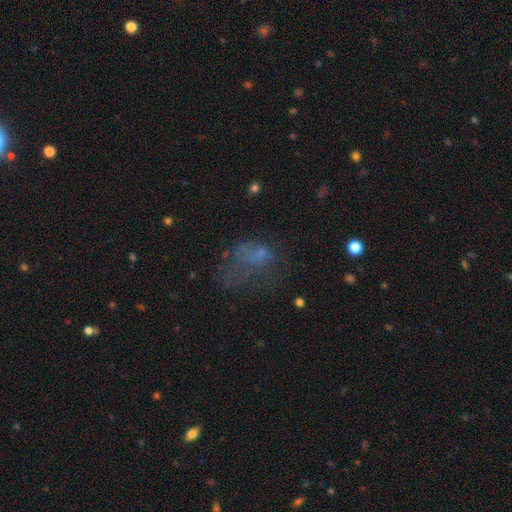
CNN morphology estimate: This is marginally a smooth galaxy (44%). Merging: possibly major disturbance (50%).